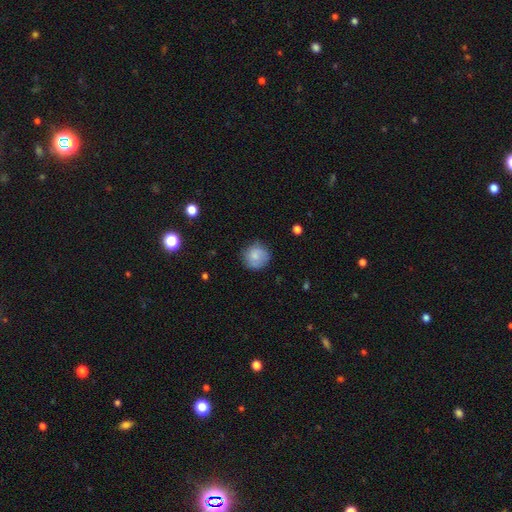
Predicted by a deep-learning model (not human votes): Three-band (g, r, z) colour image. It shows a smooth galaxy with no disk features (80%) that is round (91%). Merging: none (76%).